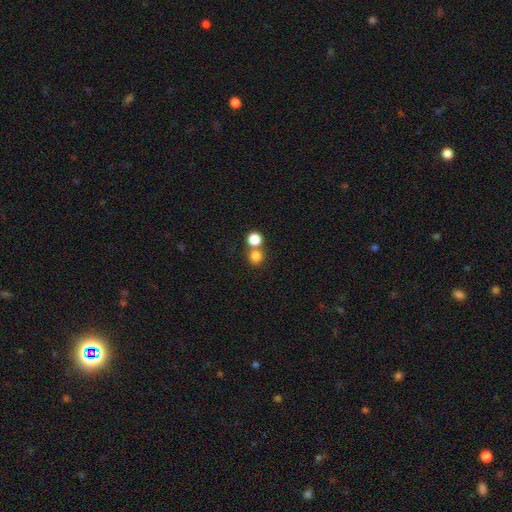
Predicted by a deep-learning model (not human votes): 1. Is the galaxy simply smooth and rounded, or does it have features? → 81% smooth, 13% star or artifact, 6% featured or disk.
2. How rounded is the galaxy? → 91% round, 8% in between, 1% cigar-shaped.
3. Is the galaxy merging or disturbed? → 57% none, 35% merger, 6% minor disturbance, 3% major disturbance.